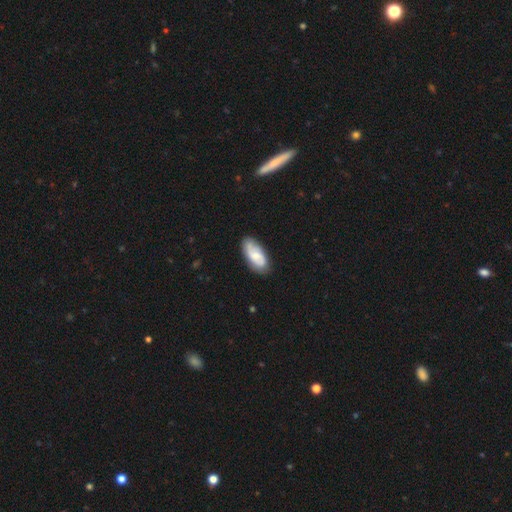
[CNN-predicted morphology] Smooth or featured? Predicted: smooth (p=0.54). How rounded? Predicted: in between (p=0.90). Merging? Predicted: none (p=0.75).